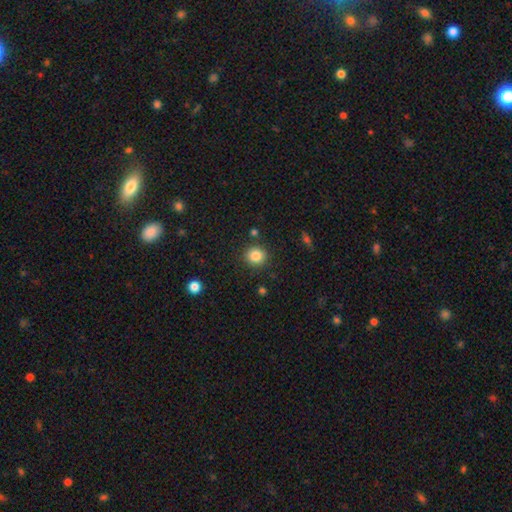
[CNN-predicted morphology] type=smooth (85%); roundness=round (88%); merging=none (87%).